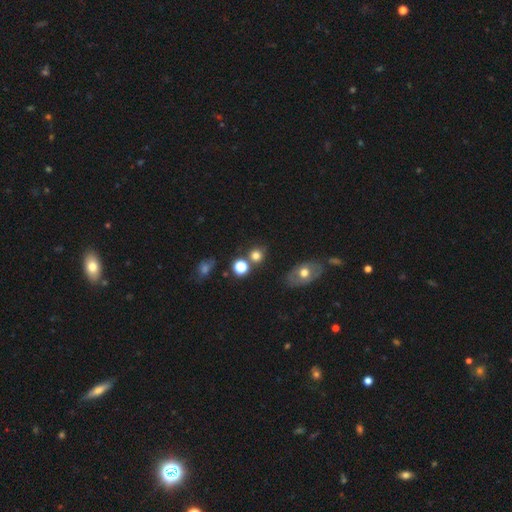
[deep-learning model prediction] A smooth galaxy with no disk features (74%) that is round (84%). Merging: none (70%).